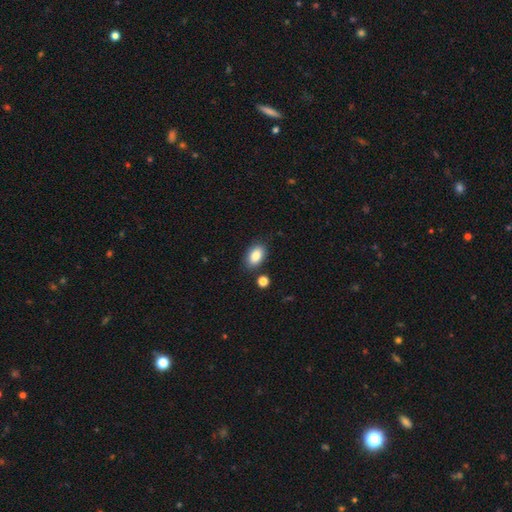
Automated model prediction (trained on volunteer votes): This is clearly a smooth galaxy (87%). How rounded: clearly in between (90%). Merging: clearly none (81%).